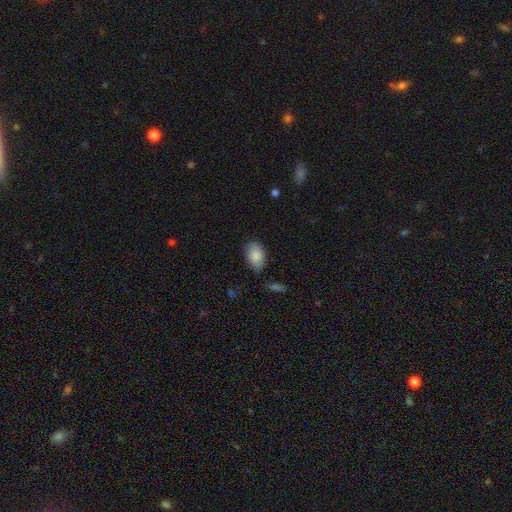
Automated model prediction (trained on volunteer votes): A smooth galaxy with no disk features (79%) that is in between round and cigar-shaped (91%).

Vote fractions:
- Smooth or featured? smooth: 79% / featured or disk: 14% / star or artifact: 7%
- How rounded? in between: 91% / round: 7% / cigar-shaped: 2%
- Merging? none: 66% / minor disturbance: 26% / major disturbance: 5% / merger: 3%